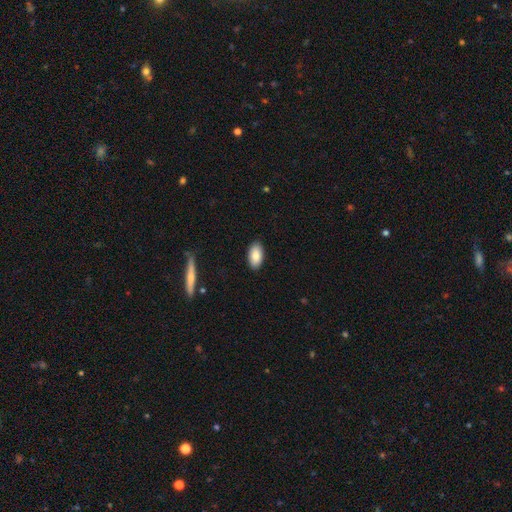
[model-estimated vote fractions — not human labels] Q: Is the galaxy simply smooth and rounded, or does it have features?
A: smooth — 84%.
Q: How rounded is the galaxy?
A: in between — 94%.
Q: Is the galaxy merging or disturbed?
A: none — 89%.